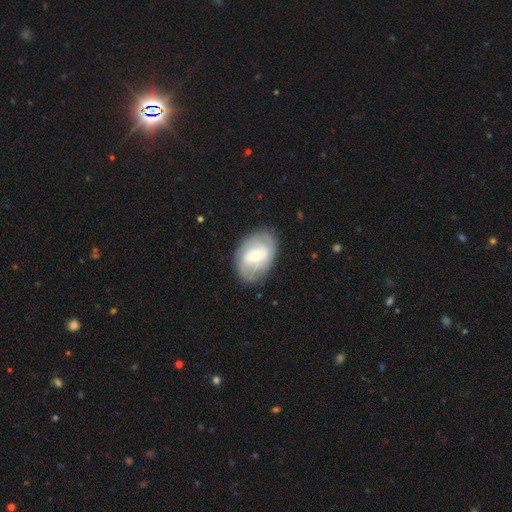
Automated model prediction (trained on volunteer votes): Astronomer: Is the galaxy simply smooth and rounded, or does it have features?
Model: featured or disk — 62%.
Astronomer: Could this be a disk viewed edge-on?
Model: no — 96%.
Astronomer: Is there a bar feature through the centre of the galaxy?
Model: weak — 48% (runner-up: no, 35%).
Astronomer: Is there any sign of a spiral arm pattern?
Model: yes — 75%.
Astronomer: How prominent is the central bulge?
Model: moderate — 60%.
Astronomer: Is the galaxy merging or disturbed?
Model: none — 80%.